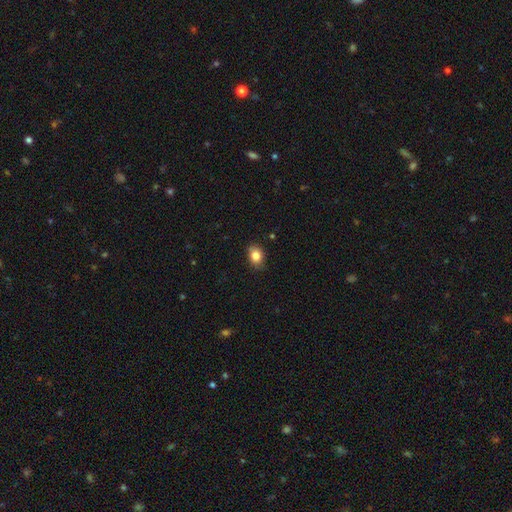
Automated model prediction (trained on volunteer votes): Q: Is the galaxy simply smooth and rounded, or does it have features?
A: smooth — 84%.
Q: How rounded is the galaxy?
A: in between — 62%.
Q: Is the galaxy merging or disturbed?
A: none — 81%.